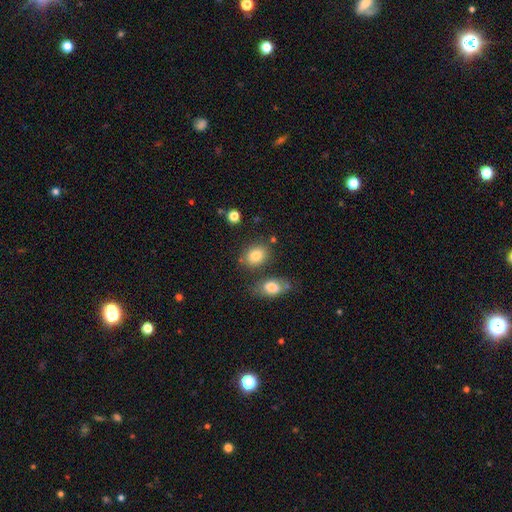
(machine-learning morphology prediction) The model was most divided on "how rounded": in between: 60%, round: 38%, cigar-shaped: 1%. More confident: smooth or featured — smooth (82%); merging — none (70%).